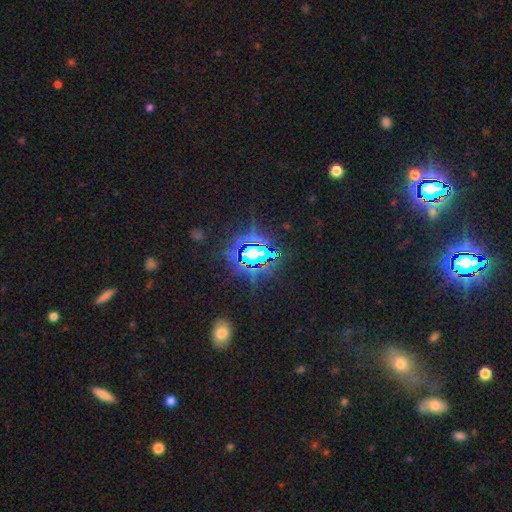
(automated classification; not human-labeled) The model was most divided on "smooth or featured": star or artifact: 78%, smooth: 13%, featured or disk: 9%.